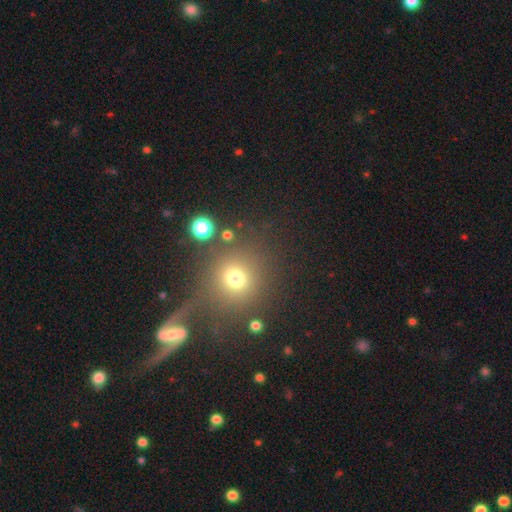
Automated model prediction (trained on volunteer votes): A smooth galaxy with no disk features (52%) that is round (90%). Merging: none (71%).